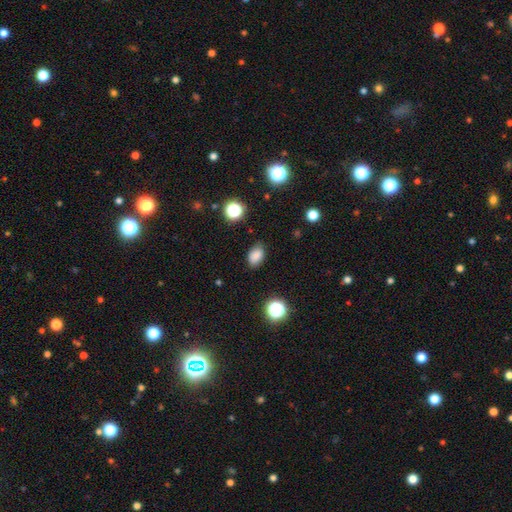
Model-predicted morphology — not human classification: smooth 84%, star or artifact 11%, featured or disk 5%. Down the decision tree: how rounded — in between (84%); merging — none (82%).